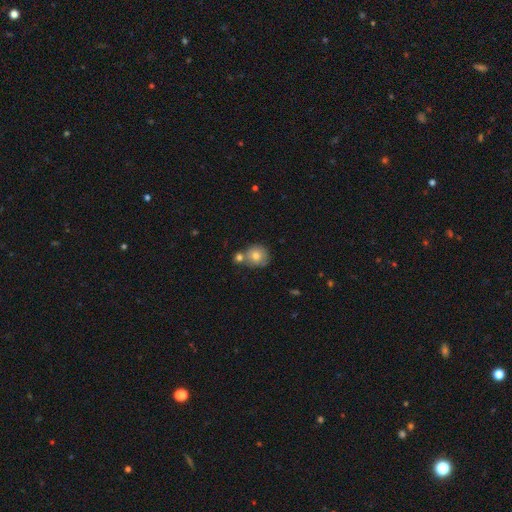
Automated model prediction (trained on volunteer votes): Q: Smooth or featured?
A: smooth (77%); runner-up: featured or disk (14%)
Q: How rounded?
A: round (86%); runner-up: in between (13%)
Q: Merging?
A: none (54%); runner-up: merger (30%)